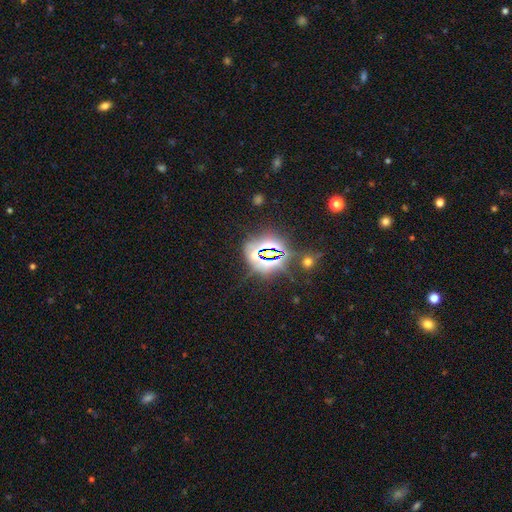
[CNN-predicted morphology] Smooth or featured: star or artifact — 71% (smooth — 19%)